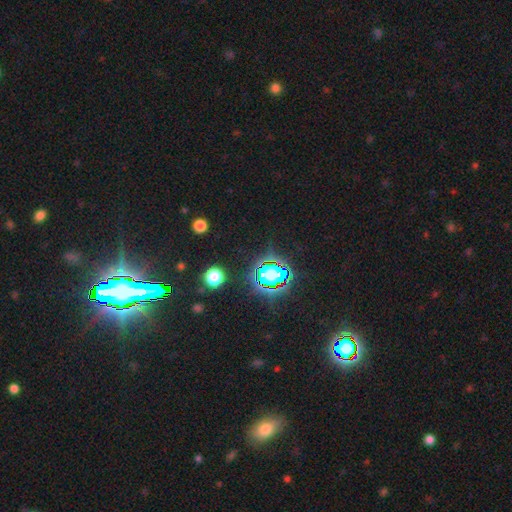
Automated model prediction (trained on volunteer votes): A star or artifact, not a galaxy (83%).